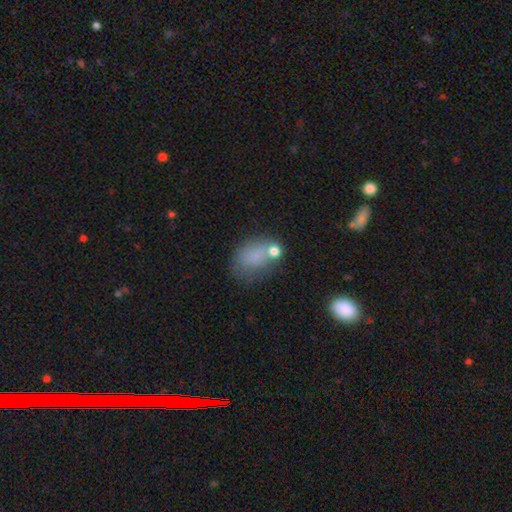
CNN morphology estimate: A smooth galaxy with no disk features (74%) that is in between round and cigar-shaped (73%). Merging: none (46%).